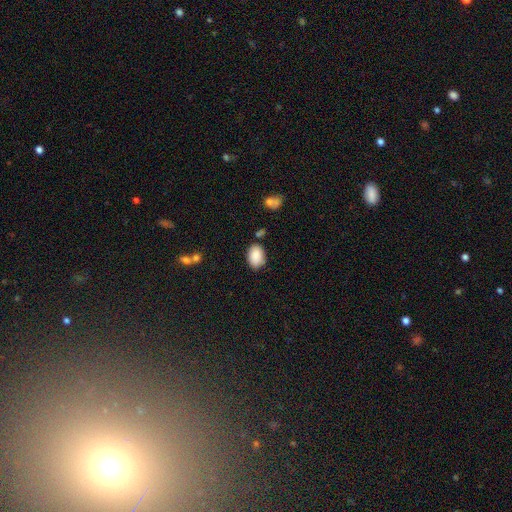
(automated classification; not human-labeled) This is clearly a smooth galaxy (88%). How rounded: clearly in between (88%). Merging: likely none (76%).